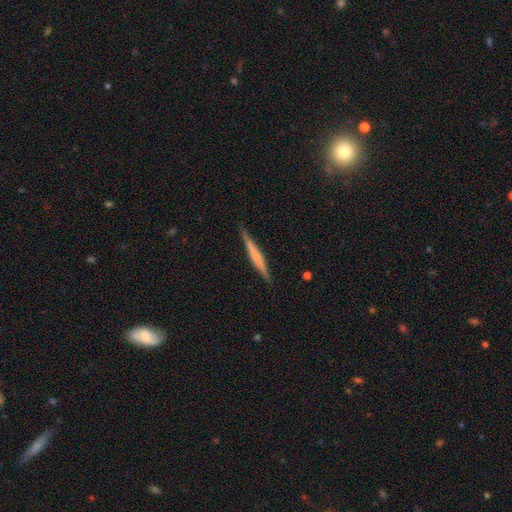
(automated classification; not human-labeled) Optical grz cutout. It shows a featured or disk galaxy (52%) viewed edge-on (97%) with no central bulge (58%). Merging: none (90%).